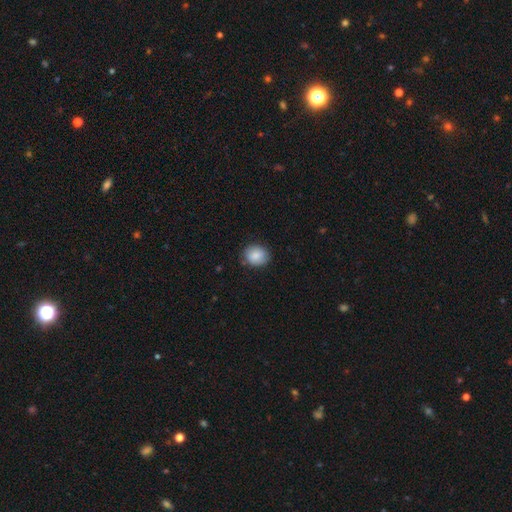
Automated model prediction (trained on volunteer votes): This is clearly a smooth galaxy (85%). How rounded: likely round (63%). Merging: clearly none (82%).